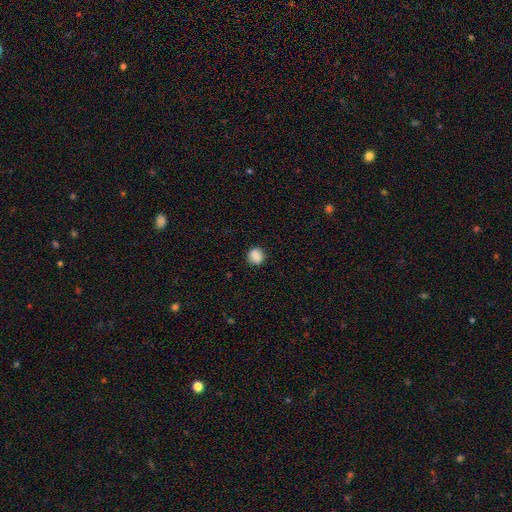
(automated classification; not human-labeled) Smooth or featured?
  - smooth: 88% *
  - star or artifact: 9%
  - featured or disk: 3%
How rounded?
  - round: 87% *
  - in between: 12%
  - cigar-shaped: 1%
Merging?
  - none: 89% *
  - minor disturbance: 8%
  - major disturbance: 2%
  - merger: 1%